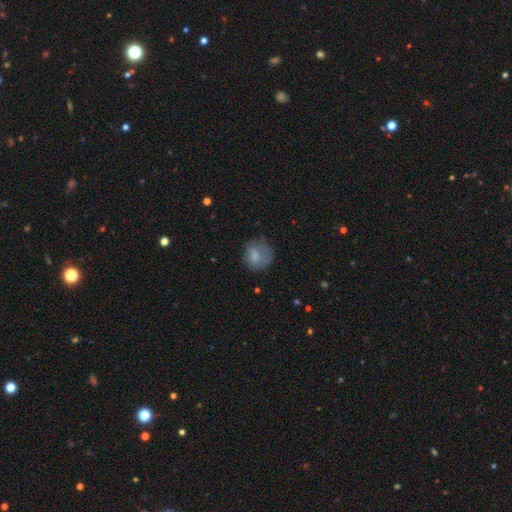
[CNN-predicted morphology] Smooth or featured: smooth — 73% (featured or disk — 17%)
How rounded: round — 73% (in between — 26%)
Merging: none — 51% (minor disturbance — 28%)